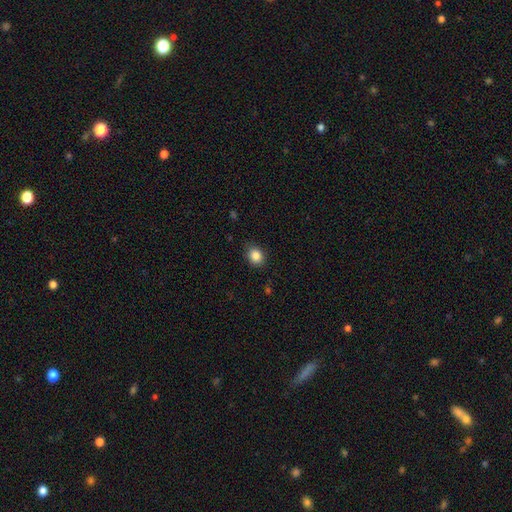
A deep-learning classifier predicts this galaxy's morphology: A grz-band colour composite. It shows a smooth galaxy with no disk features (86%) that is round (56%). Merging: none (84%).